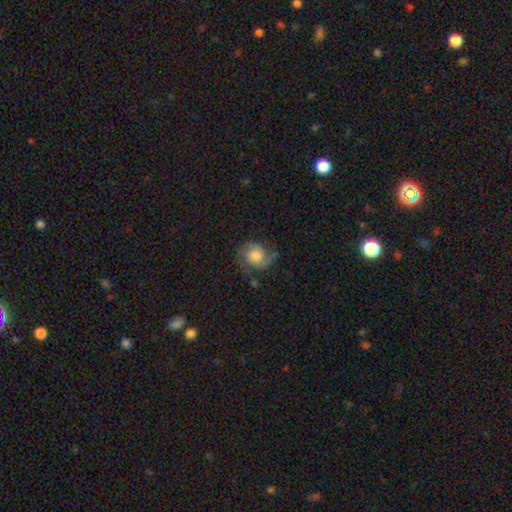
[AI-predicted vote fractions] This appears to be a featured or disk galaxy (66%) with no bar (76%), 2 (83%) medium (45%) spiral arms (93%) and a moderate central bulge (41%). Merging: none (64%).